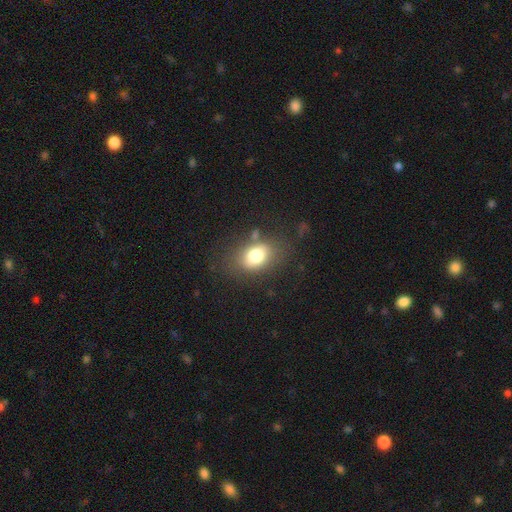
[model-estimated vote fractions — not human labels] Morphology: type=smooth (76%); roundness=in between (76%); merging=none (69%).